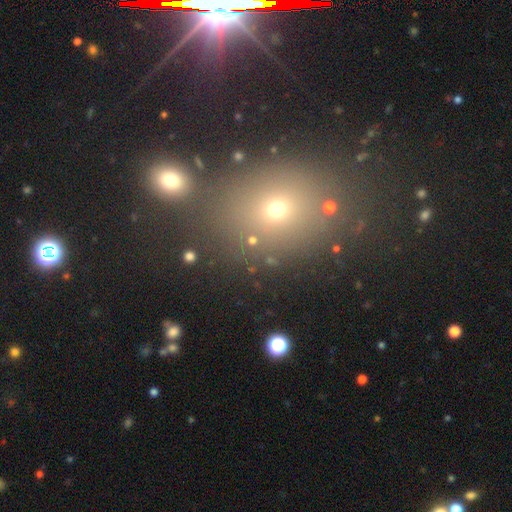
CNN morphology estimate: Smooth or featured? Predicted: smooth (p=0.52). How rounded? Predicted: round (p=0.54). Merging? Predicted: none (p=0.75).